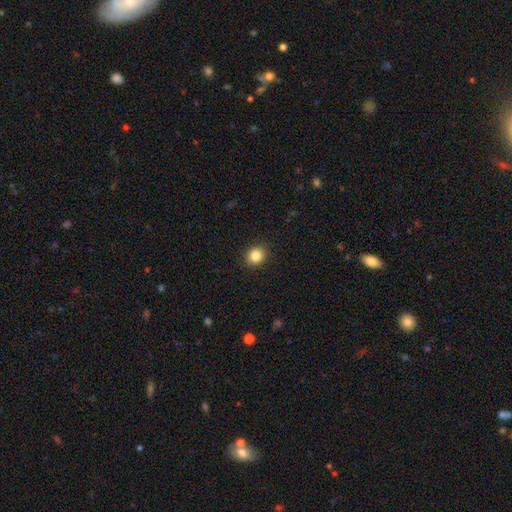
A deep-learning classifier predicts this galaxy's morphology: Smooth or featured: smooth — 84% (star or artifact — 10%)
How rounded: round — 75% (in between — 24%)
Merging: none — 91% (minor disturbance — 6%)